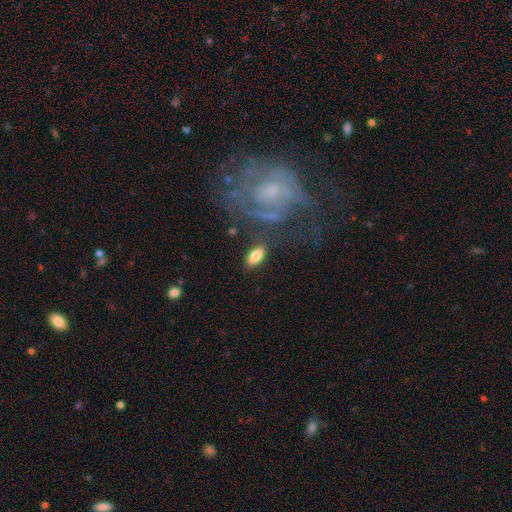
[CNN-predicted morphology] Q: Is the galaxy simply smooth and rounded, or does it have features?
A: smooth — 82%.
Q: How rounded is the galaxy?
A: in between — 90%.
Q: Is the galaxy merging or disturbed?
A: none — 78%.